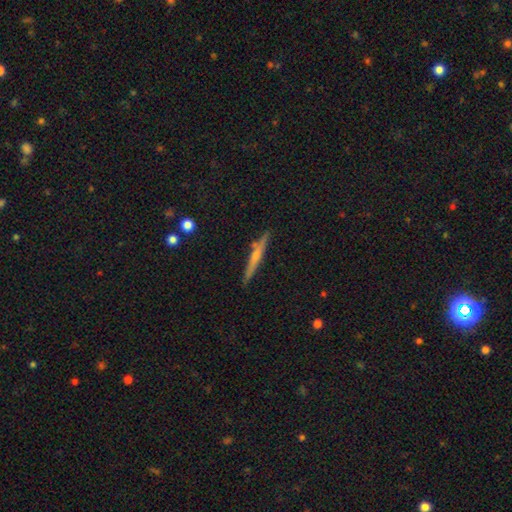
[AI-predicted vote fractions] Smooth or featured: featured or disk — 60% (smooth — 33%)
Edge-on disk: yes — 97% (no — 3%)
Edge-on bulge: rounded — 61% (none — 32%)
Merging: none — 88% (minor disturbance — 8%)